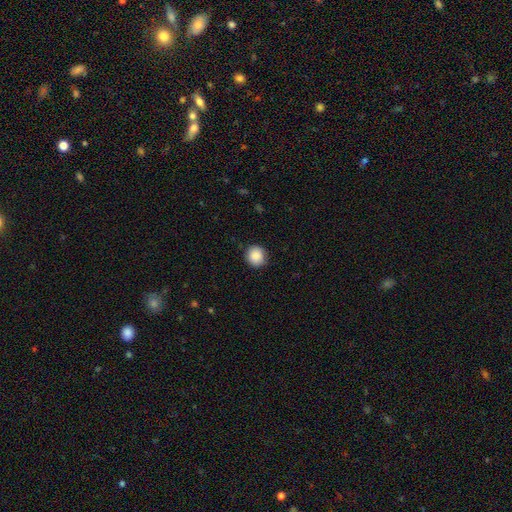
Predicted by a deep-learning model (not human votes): Smooth or featured? Predicted: smooth (p=0.89). How rounded? Predicted: round (p=0.85). Merging? Predicted: none (p=0.88).